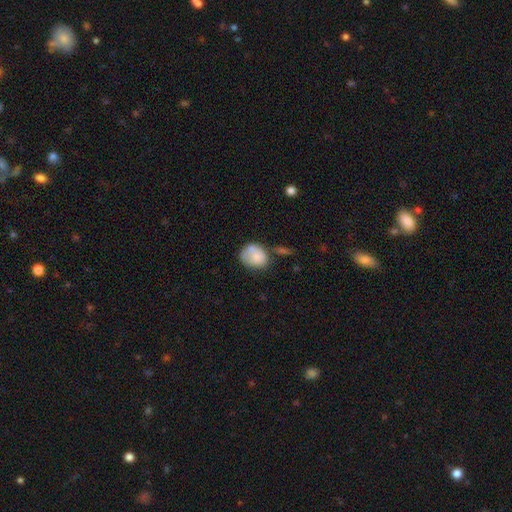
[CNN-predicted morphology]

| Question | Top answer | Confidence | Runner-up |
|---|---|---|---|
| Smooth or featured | smooth | 77% | featured or disk (15%) |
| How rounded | round | 51% | in between (48%) |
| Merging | none | 42% | minor disturbance (25%) |